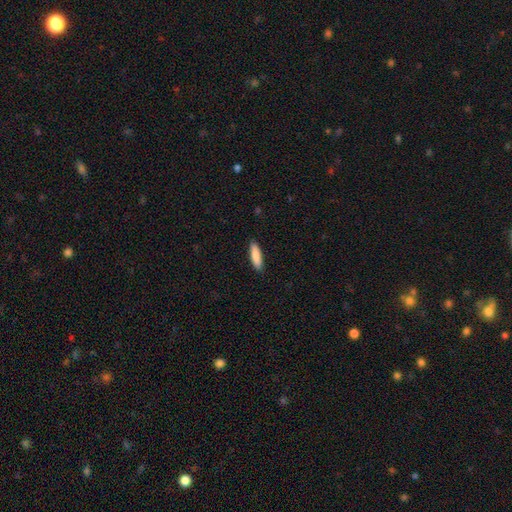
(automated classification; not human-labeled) Q: Smooth or featured?
A: smooth (86%); runner-up: featured or disk (9%)
Q: How rounded?
A: cigar-shaped (68%); runner-up: in between (31%)
Q: Merging?
A: none (89%); runner-up: minor disturbance (8%)